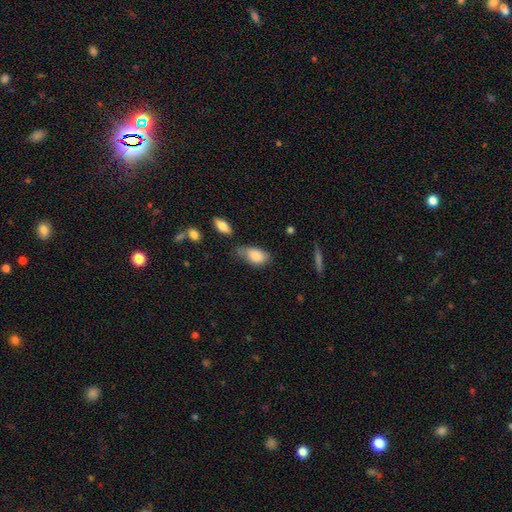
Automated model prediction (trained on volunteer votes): Smooth or featured: smooth — 84% (featured or disk — 9%)
How rounded: in between — 91% (round — 6%)
Merging: minor disturbance — 39% (none — 38%)